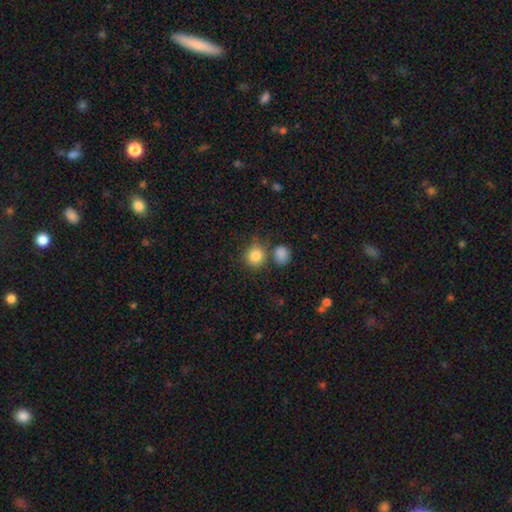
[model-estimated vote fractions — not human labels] Overall: smooth (84%). How rounded: round (84%). Merging: none (66%).